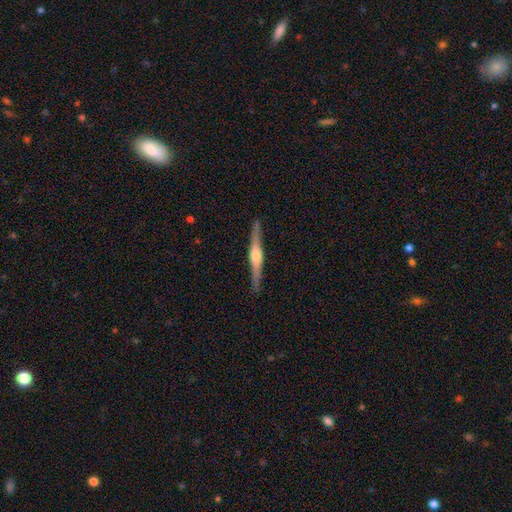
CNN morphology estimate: Smooth or featured? featured or disk (78%)
Edge-on disk? yes (98%)
Edge-on bulge? rounded (86%)
Merging? none (90%)